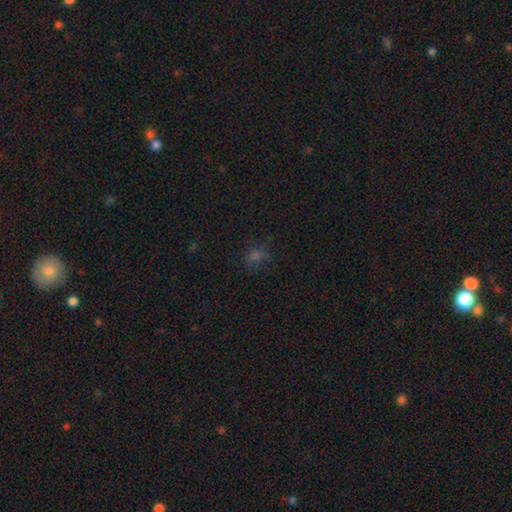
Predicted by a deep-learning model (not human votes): A smooth galaxy with no disk features (60%) that is round (64%).

Vote fractions:
- Smooth or featured? smooth: 60% / star or artifact: 31% / featured or disk: 8%
- How rounded? round: 64% / in between: 34% / cigar-shaped: 2%
- Merging? none: 73% / minor disturbance: 17% / major disturbance: 7% / merger: 2%